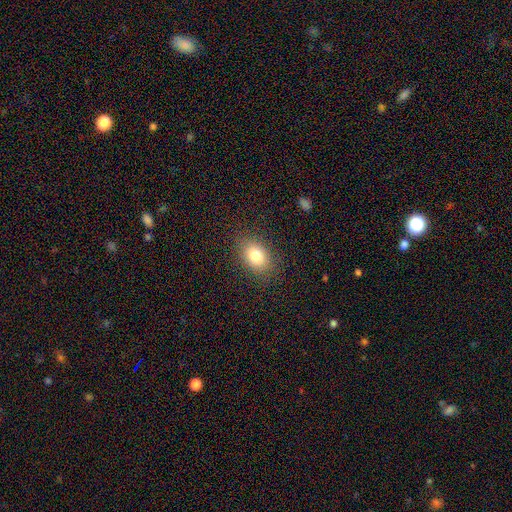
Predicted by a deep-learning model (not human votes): This is clearly a smooth galaxy (81%). How rounded: likely in between (78%). Merging: clearly none (85%).